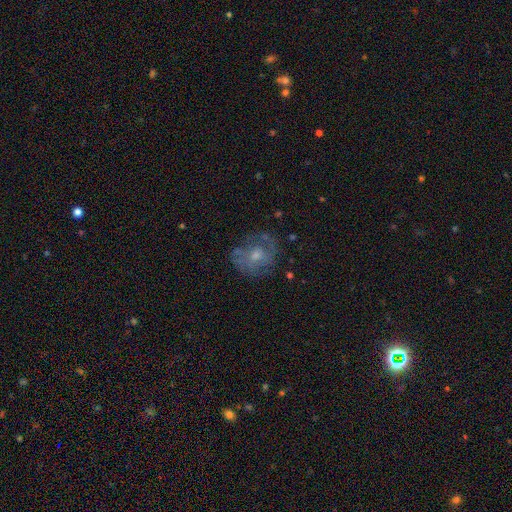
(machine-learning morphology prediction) The model was most divided on "spiral arms": yes: 55%, no: 45%. More confident: edge-on disk — no (97%); bar — no (73%); merging — none (63%); bulge size — moderate (54%); smooth or featured — featured or disk (54%).